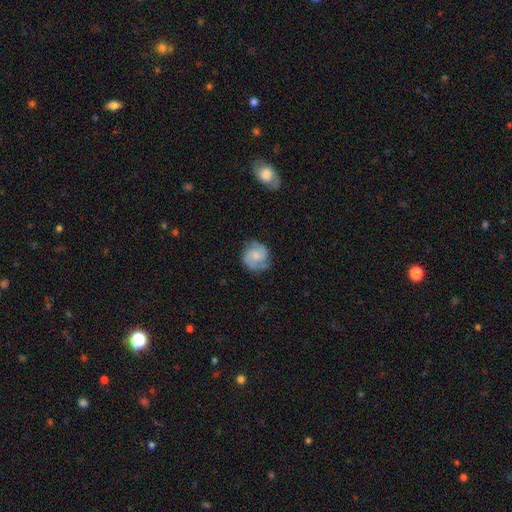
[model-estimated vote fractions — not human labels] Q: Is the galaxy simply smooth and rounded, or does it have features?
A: featured or disk — 67%.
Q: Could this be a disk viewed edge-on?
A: no — 98%.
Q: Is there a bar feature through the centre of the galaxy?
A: no — 59%.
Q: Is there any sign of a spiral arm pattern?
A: yes — 94%.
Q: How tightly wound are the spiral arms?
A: medium — 48%.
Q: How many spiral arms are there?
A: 2 — 75%.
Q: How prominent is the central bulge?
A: small — 46%.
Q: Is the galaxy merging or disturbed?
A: none — 75%.